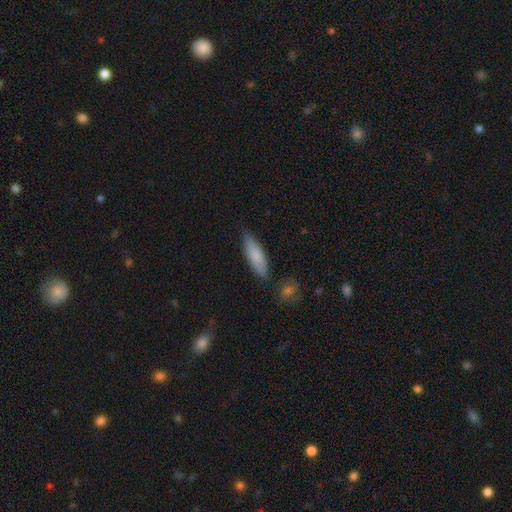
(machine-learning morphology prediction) type=smooth (82%); roundness=cigar-shaped (55%); merging=none (83%).